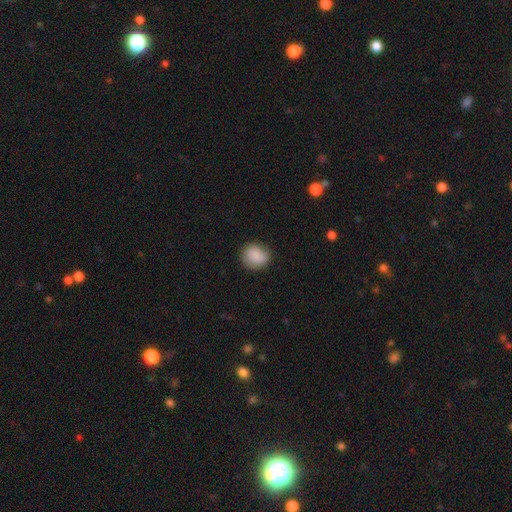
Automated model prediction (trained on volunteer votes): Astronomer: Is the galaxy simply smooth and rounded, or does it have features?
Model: smooth — 86%.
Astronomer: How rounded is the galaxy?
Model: round — 77%.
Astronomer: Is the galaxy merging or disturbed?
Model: none — 79%.